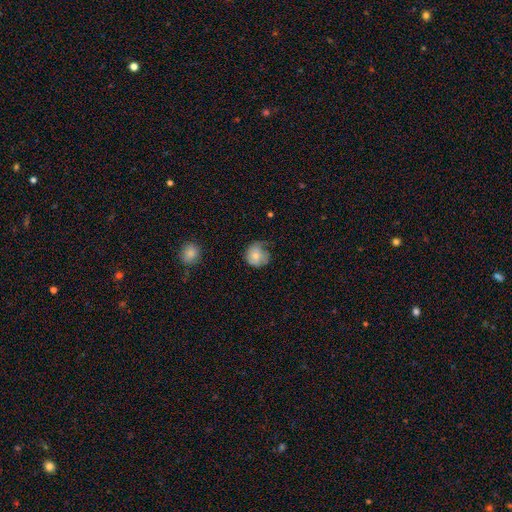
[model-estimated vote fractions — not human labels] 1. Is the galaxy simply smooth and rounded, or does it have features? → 70% smooth, 22% featured or disk, 8% star or artifact.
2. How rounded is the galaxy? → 82% round, 18% in between, 1% cigar-shaped.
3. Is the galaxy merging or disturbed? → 44% none, 35% minor disturbance, 19% major disturbance, 2% merger.